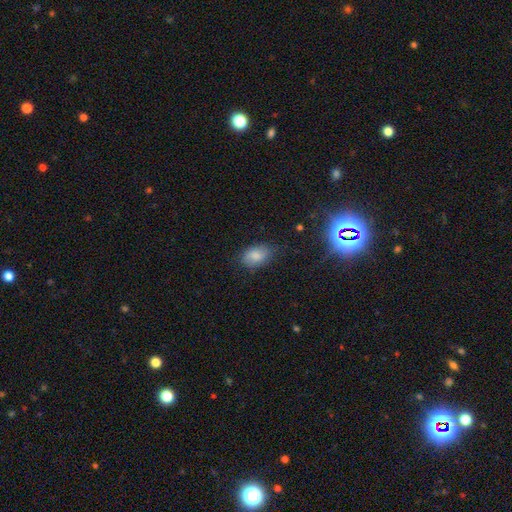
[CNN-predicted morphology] Smooth or featured? smooth (82%)
How rounded? in between (85%)
Merging? none (73%)